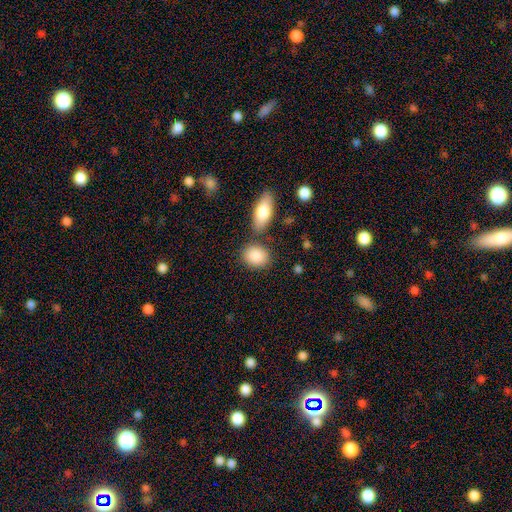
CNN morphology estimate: This is clearly a smooth galaxy (88%). How rounded: likely in between (62%). Merging: likely none (71%).